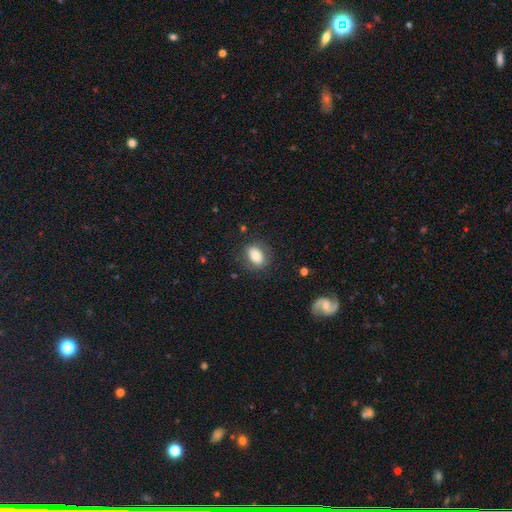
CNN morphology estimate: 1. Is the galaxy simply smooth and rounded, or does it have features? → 73% smooth, 18% featured or disk, 8% star or artifact.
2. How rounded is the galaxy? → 78% in between, 21% round, 2% cigar-shaped.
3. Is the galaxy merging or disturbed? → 75% none, 15% minor disturbance, 8% major disturbance, 1% merger.